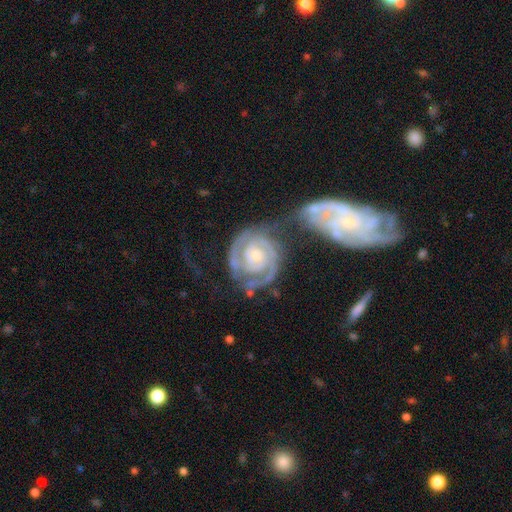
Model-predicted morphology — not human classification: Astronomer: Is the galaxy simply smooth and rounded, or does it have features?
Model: featured or disk — 91%.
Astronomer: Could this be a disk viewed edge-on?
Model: no — 98%.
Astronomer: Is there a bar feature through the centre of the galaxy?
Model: no — 68%.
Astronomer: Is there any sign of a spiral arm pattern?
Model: yes — 98%.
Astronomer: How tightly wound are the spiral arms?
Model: tight — 75%.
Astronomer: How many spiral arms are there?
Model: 2 — 66%.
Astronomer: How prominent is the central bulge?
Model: small — 58% (runner-up: moderate, 35%).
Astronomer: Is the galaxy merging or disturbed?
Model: none — 39% (runner-up: merger, 27%).